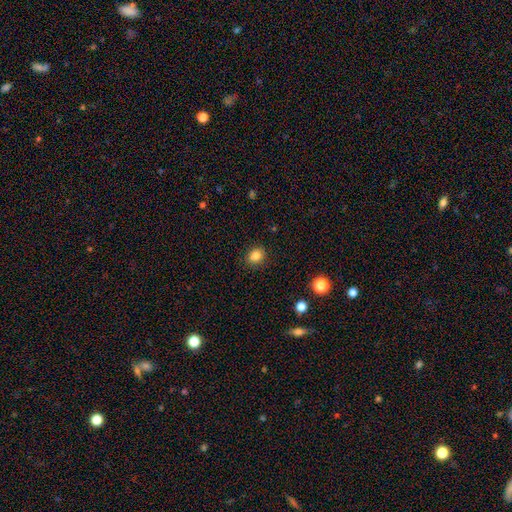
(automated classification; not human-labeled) A smooth galaxy with no disk features (83%) that is round (63%).

Vote fractions:
- Smooth or featured? smooth: 83% / star or artifact: 11% / featured or disk: 5%
- How rounded? round: 63% / in between: 36% / cigar-shaped: 1%
- Merging? none: 89% / minor disturbance: 8% / major disturbance: 2% / merger: 1%